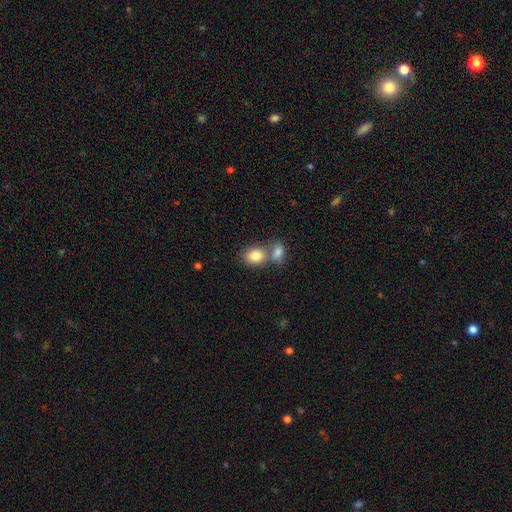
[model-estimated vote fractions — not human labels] A smooth galaxy with no disk features (83%) that is in between round and cigar-shaped (58%). Merging: merger (51%).